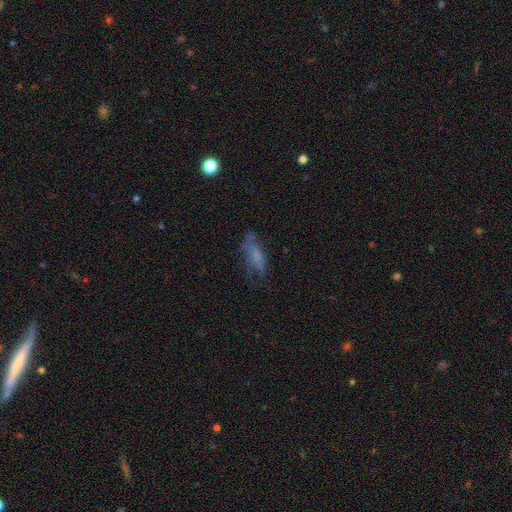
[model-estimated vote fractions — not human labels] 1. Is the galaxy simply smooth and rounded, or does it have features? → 59% smooth, 29% featured or disk, 12% star or artifact.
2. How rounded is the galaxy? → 57% in between, 40% cigar-shaped, 3% round.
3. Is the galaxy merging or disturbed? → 49% none, 28% minor disturbance, 20% major disturbance, 3% merger.